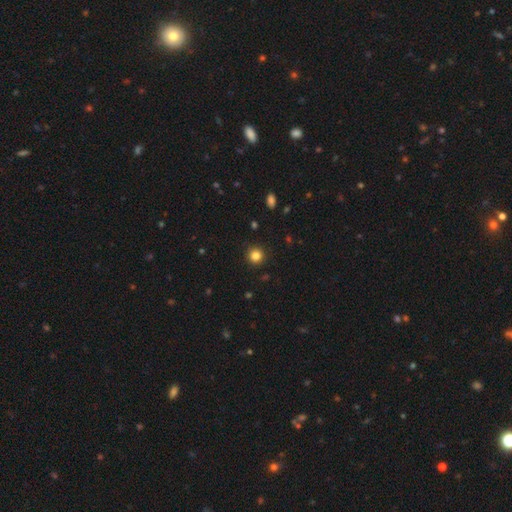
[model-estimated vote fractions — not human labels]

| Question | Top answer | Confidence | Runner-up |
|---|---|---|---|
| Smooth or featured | smooth | 84% | star or artifact (12%) |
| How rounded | round | 93% | in between (6%) |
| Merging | none | 92% | minor disturbance (5%) |